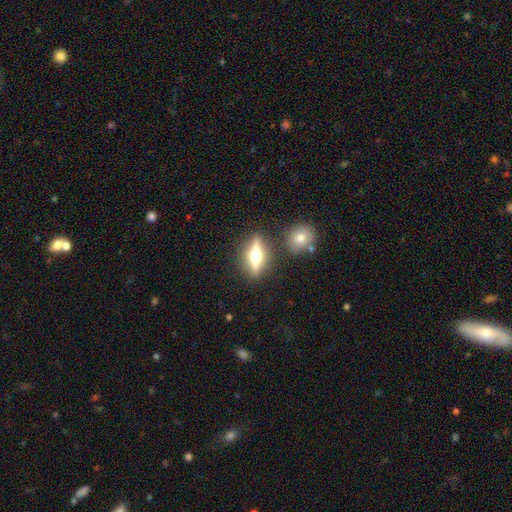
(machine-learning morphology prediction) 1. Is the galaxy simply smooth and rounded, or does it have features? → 68% featured or disk, 25% smooth, 7% star or artifact.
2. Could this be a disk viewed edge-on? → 93% yes, 7% no.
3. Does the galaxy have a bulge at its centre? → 95% rounded, 3% boxy, 2% none.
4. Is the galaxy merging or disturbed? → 84% none, 8% minor disturbance, 5% merger, 3% major disturbance.